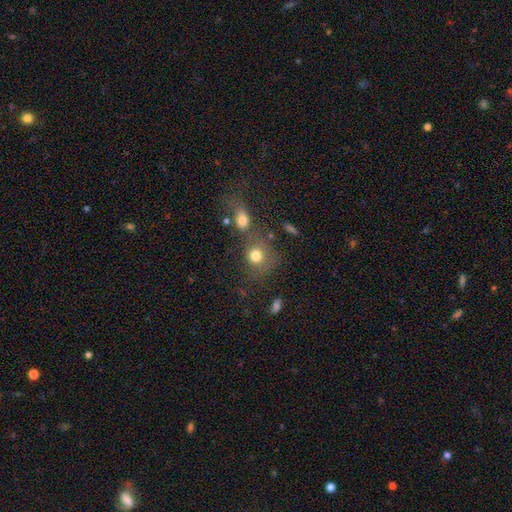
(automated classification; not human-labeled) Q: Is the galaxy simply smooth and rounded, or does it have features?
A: smooth — 77%.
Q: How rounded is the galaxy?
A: round — 77%.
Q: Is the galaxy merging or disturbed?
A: none — 50%.